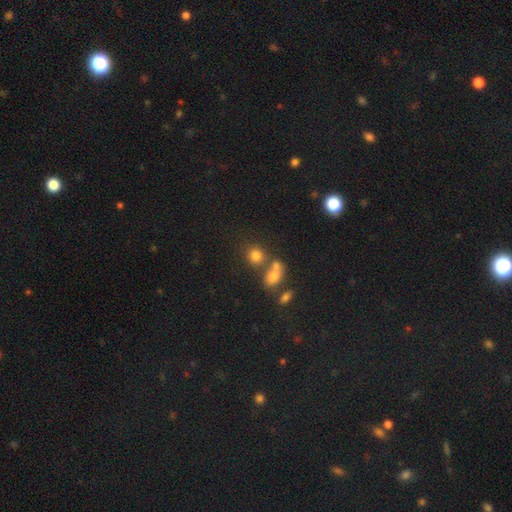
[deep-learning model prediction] Overall: smooth (76%). How rounded: round (79%). Merging: none (57%; merger 28%).